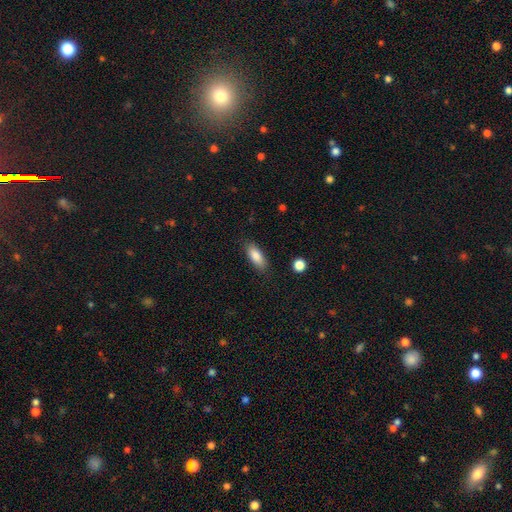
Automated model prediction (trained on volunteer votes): Smooth or featured? Predicted: smooth (p=0.84). How rounded? Predicted: in between (p=0.74). Merging? Predicted: none (p=0.85).